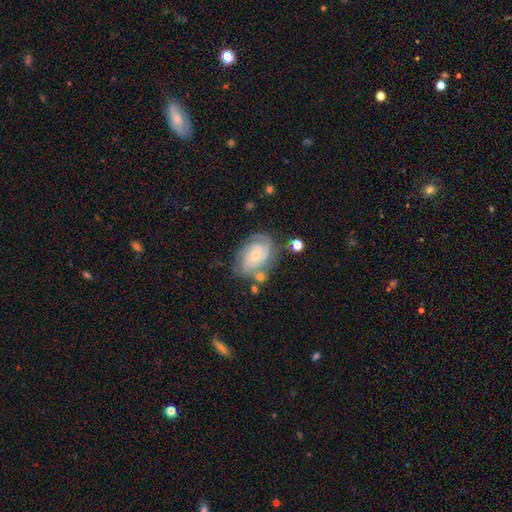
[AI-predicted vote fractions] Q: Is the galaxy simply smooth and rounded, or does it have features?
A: featured or disk — 79%.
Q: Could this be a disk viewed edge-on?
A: no — 97%.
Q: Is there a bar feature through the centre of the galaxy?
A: no — 71%.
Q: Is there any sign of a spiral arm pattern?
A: yes — 94%.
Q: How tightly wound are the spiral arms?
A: tight — 61%.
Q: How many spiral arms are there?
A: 2 — 31%.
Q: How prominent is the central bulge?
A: small — 67%.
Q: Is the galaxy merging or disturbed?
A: none — 60%.